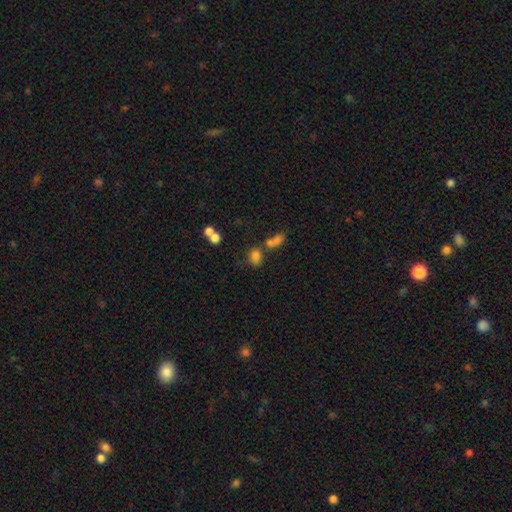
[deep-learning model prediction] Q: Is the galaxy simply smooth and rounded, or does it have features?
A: smooth — 74%.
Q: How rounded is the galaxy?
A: in between — 60%.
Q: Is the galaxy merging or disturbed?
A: none — 45%.